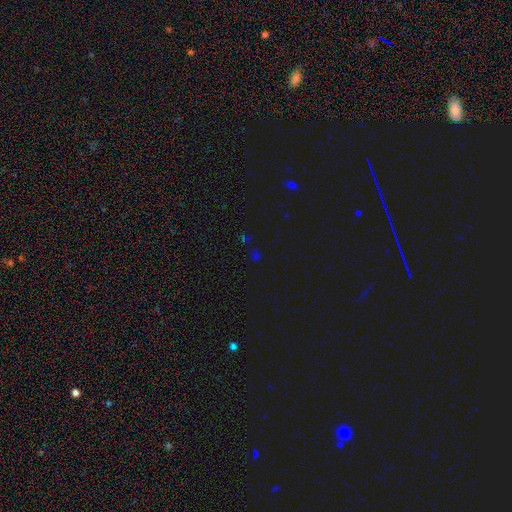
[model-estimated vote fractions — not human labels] This appears to be a star or artifact, not a galaxy (58%).